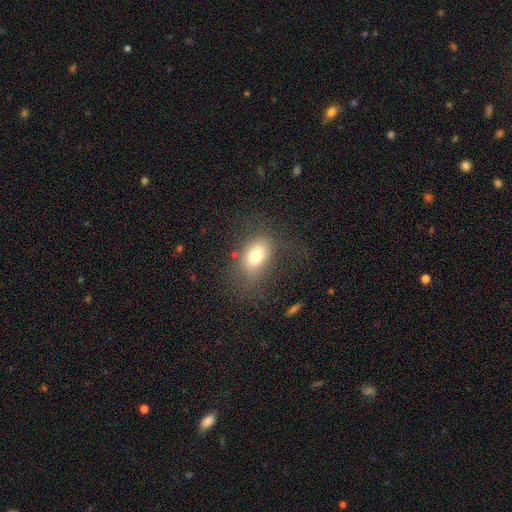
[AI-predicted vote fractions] Q: Smooth or featured?
A: smooth (74%); runner-up: featured or disk (14%)
Q: How rounded?
A: in between (81%); runner-up: round (17%)
Q: Merging?
A: none (69%); runner-up: minor disturbance (17%)